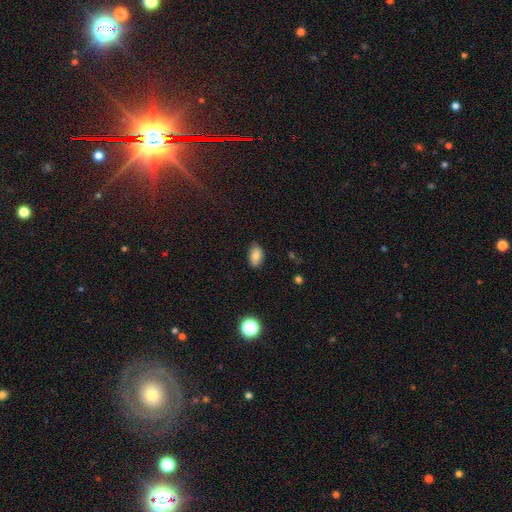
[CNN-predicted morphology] type=smooth (82%); roundness=in between (91%); merging=none (84%).